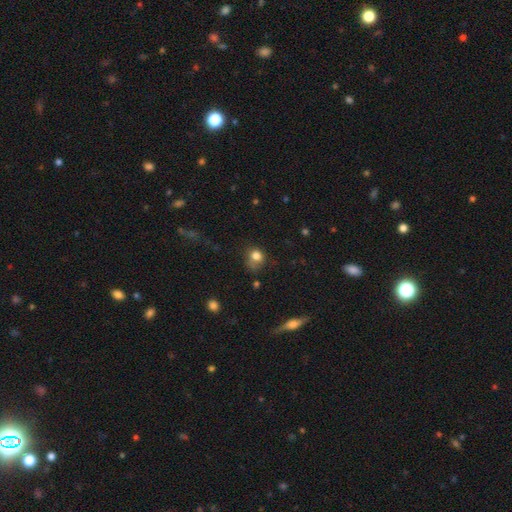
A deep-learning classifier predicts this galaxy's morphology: A smooth galaxy with no disk features (78%) that is round (66%). Merging: none (46%).